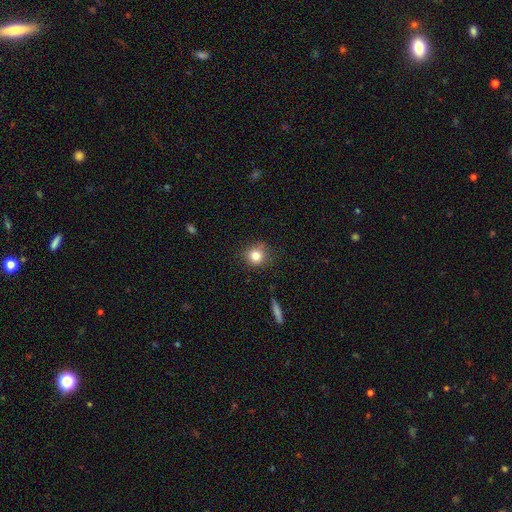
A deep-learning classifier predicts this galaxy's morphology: The model was most divided on "merging": none: 79%, minor disturbance: 15%, major disturbance: 4%, merger: 2%. More confident: how rounded — round (88%); smooth or featured — smooth (81%).